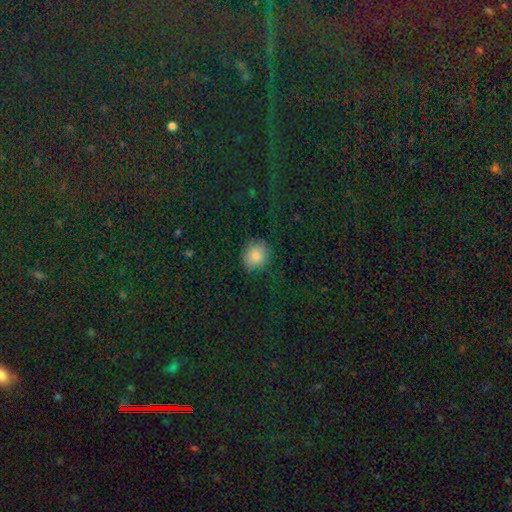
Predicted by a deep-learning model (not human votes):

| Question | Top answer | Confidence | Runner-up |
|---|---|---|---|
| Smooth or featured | smooth | 79% | star or artifact (12%) |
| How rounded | round | 76% | in between (23%) |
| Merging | none | 78% | minor disturbance (15%) |